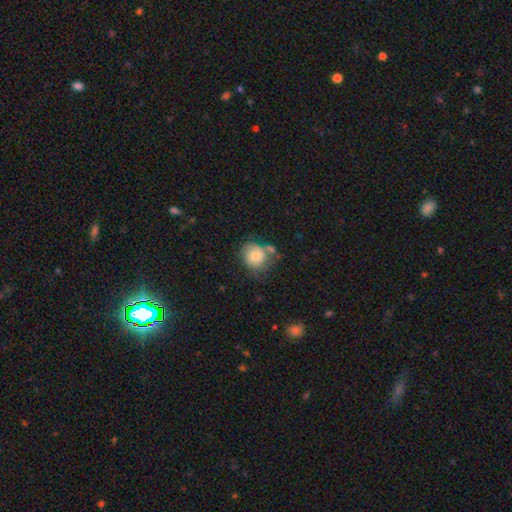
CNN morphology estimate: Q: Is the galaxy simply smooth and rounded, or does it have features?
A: smooth — 72%.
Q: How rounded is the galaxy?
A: round — 76%.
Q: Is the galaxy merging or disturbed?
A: none — 47%.